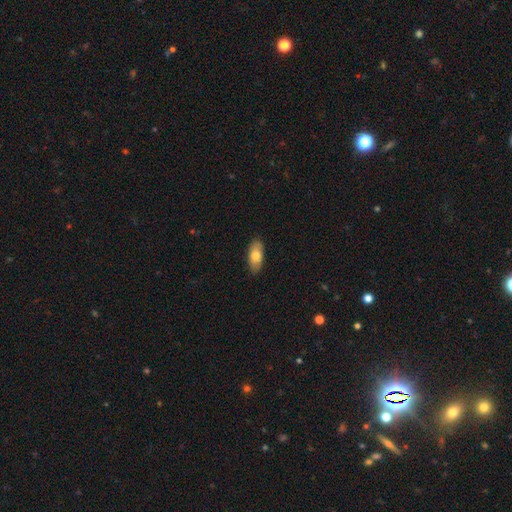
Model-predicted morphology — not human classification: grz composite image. It shows a smooth galaxy with no disk features (78%) that is in between round and cigar-shaped (87%). Merging: none (87%).